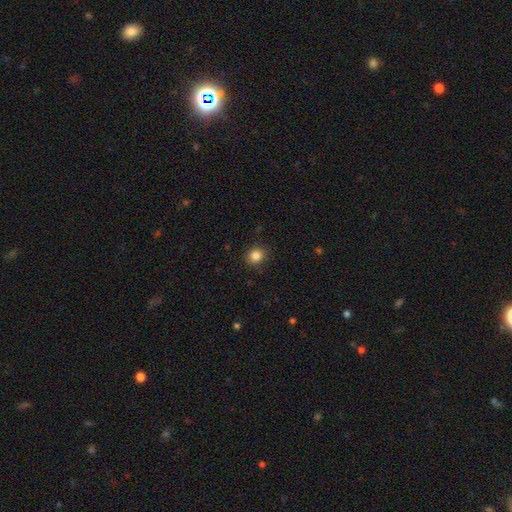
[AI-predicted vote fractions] Morphology: type=smooth (84%); roundness=round (79%); merging=none (89%).